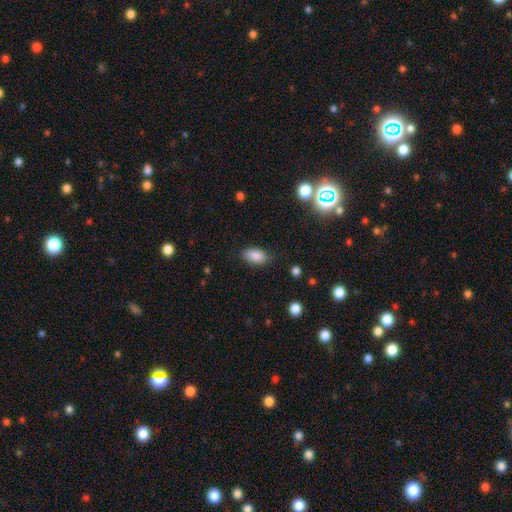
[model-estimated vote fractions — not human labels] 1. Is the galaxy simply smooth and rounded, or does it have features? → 86% smooth, 9% star or artifact, 6% featured or disk.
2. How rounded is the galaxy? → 91% in between, 5% round, 4% cigar-shaped.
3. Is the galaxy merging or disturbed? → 80% none, 15% minor disturbance, 4% major disturbance, 1% merger.